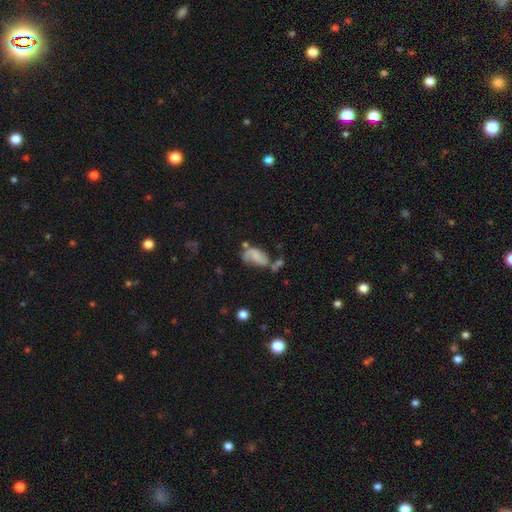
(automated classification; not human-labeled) Smooth or featured? Predicted: featured or disk (p=0.46). Merging? Predicted: none (p=0.31).